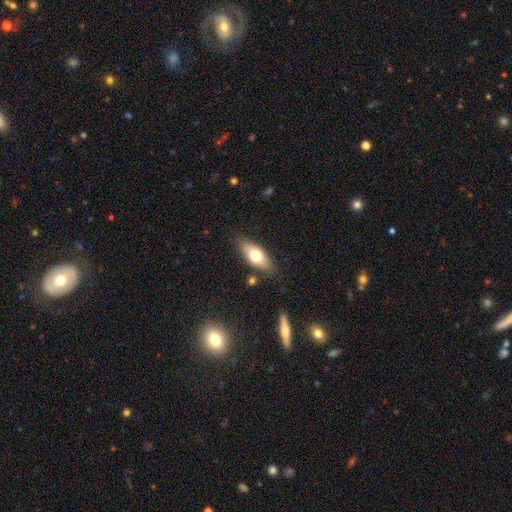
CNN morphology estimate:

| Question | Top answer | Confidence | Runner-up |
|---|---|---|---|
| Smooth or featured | smooth | 69% | featured or disk (25%) |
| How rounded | in between | 80% | cigar-shaped (16%) |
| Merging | none | 81% | minor disturbance (13%) |